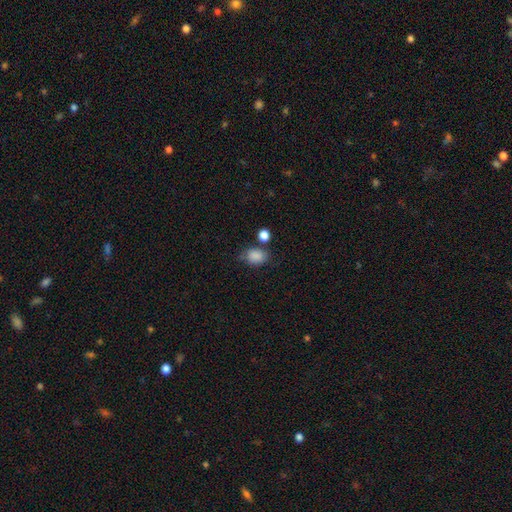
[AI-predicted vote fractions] This is clearly a smooth galaxy (86%). How rounded: likely in between (65%). Merging: likely none (65%).